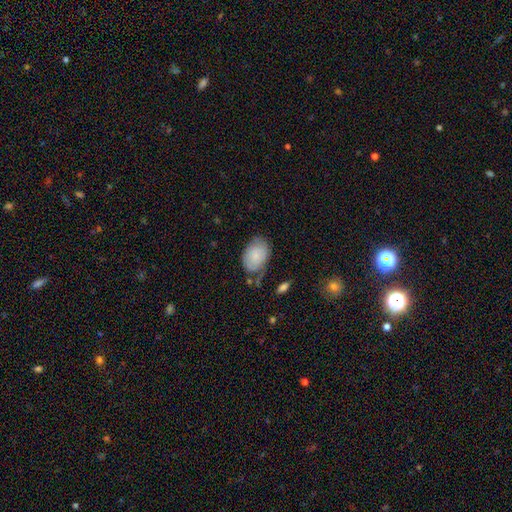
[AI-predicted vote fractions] smooth 76%, featured or disk 17%, star or artifact 6%. Down the decision tree: how rounded — in between (86%); merging — none (56%).